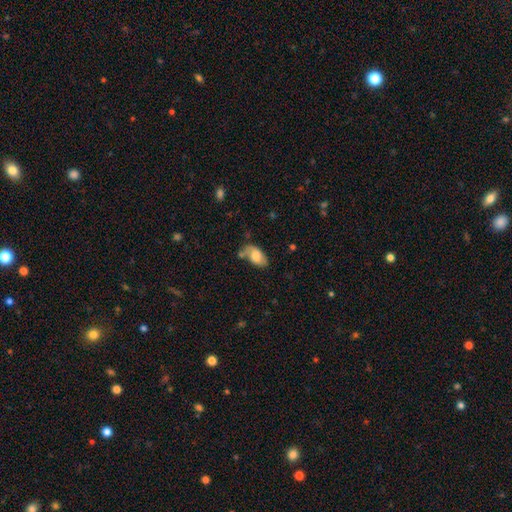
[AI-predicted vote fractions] This is likely a smooth galaxy (69%). How rounded: clearly in between (93%). Merging: marginally none (41%).